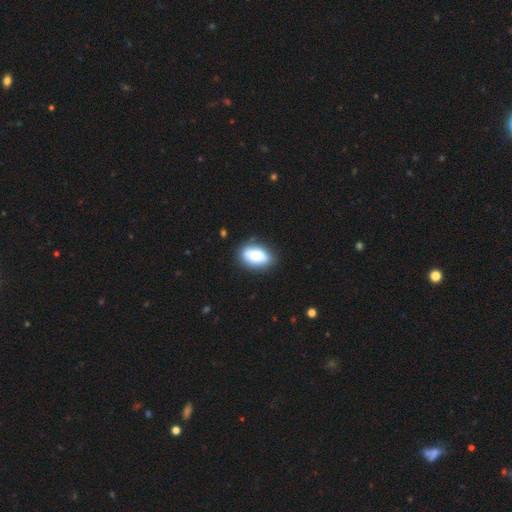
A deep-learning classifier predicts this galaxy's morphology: smooth-or-featured: smooth: 81% | featured or disk: 12% | star or artifact: 7%
  how-rounded: in between: 90% | round: 8% | cigar-shaped: 3%
  merging: none: 78% | minor disturbance: 17% | major disturbance: 3% | merger: 2%